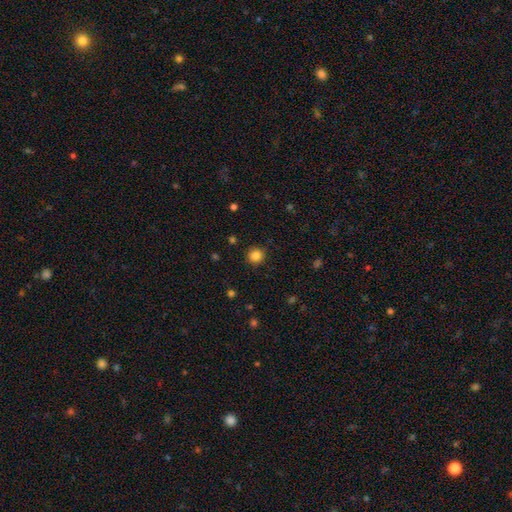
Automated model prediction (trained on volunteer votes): smooth-or-featured: smooth: 84% | star or artifact: 12% | featured or disk: 4%
  how-rounded: round: 92% | in between: 7% | cigar-shaped: 1%
  merging: none: 90% | minor disturbance: 7% | major disturbance: 2% | merger: 1%